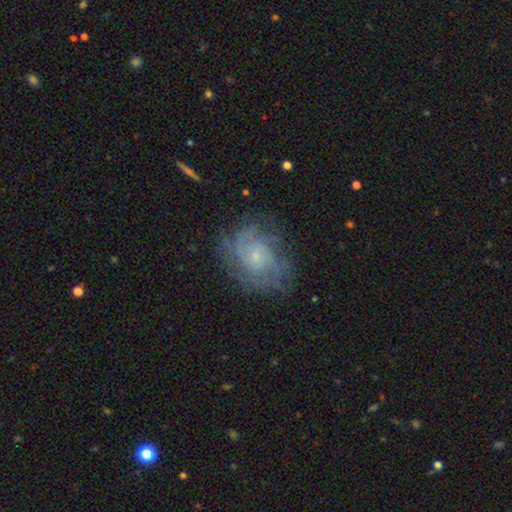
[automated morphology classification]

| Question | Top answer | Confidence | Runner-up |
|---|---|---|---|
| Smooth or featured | featured or disk | 75% | smooth (16%) |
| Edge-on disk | no | 97% | yes (3%) |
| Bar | no | 70% | weak (26%) |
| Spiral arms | yes | 90% | no (10%) |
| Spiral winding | tight | 57% | medium (33%) |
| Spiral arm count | can't tell | 42% | 2 (24%) |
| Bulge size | small | 73% | moderate (18%) |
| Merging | none | 71% | minor disturbance (18%) |